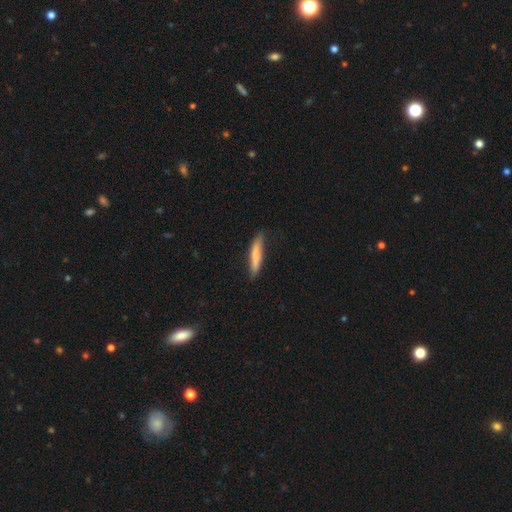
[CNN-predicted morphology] smooth-or-featured: smooth: 75% | featured or disk: 19% | star or artifact: 6%
  how-rounded: cigar-shaped: 89% | in between: 9% | round: 1%
  merging: none: 73% | minor disturbance: 22% | major disturbance: 4% | merger: 2%